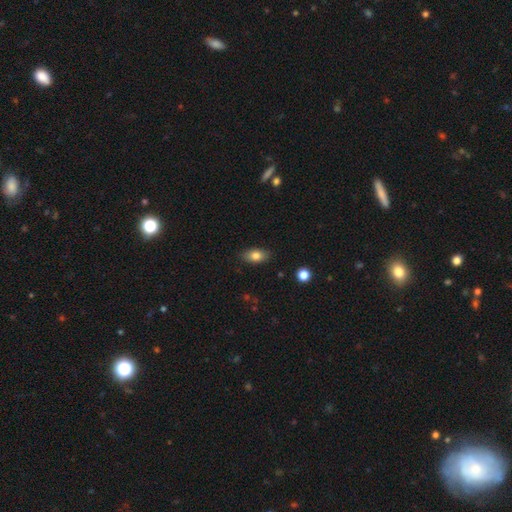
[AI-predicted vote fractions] Morphology: type=smooth (82%); roundness=in between (88%); merging=none (85%).